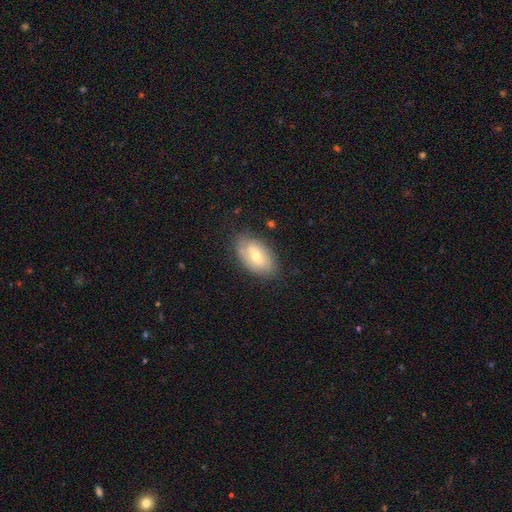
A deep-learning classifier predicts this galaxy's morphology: smooth_or_featured: smooth (p=0.47) [alt: featured or disk p=0.46]
merging: none (p=0.74) [alt: minor disturbance p=0.19]